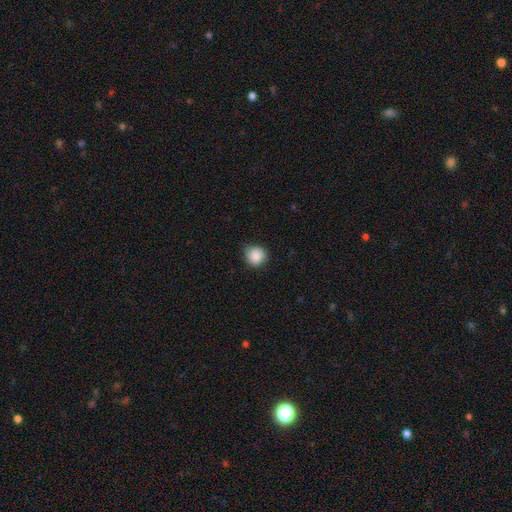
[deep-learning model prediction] smooth-or-featured: smooth: 85% | star or artifact: 8% | featured or disk: 7%
  how-rounded: round: 89% | in between: 10% | cigar-shaped: 1%
  merging: none: 78% | minor disturbance: 18% | major disturbance: 3% | merger: 1%